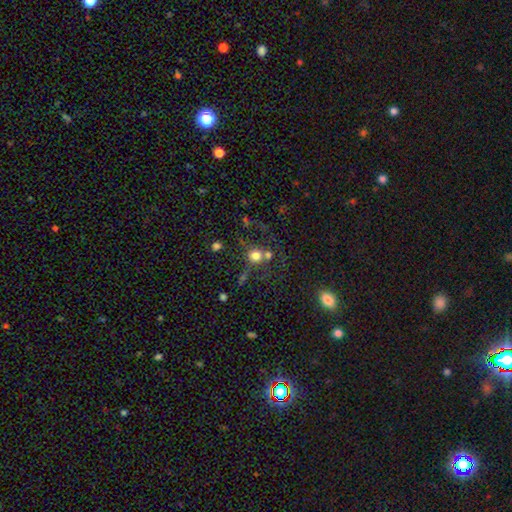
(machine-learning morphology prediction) Smooth or featured? smooth (73%)
How rounded? round (90%)
Merging? none (57%)